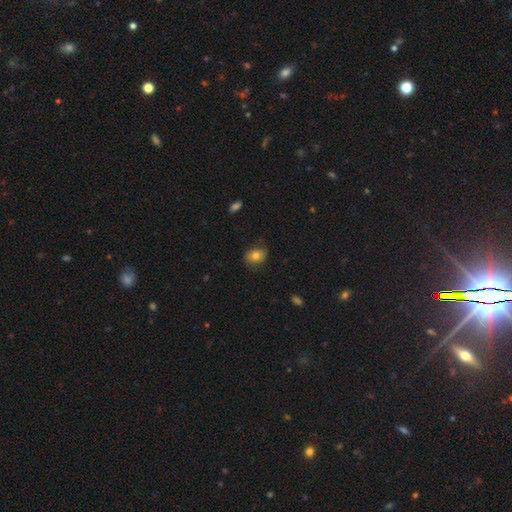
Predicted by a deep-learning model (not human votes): Smooth or featured? smooth (70%)
How rounded? in between (51%)
Merging? none (69%)